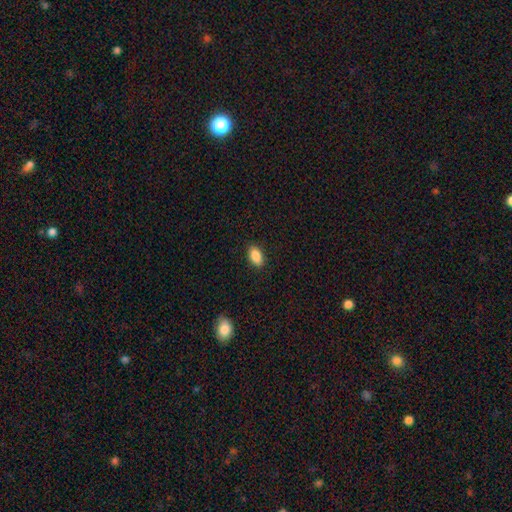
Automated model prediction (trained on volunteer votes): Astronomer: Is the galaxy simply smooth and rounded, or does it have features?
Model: smooth — 87%.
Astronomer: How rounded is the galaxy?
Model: in between — 91%.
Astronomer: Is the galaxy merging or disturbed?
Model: none — 89%.